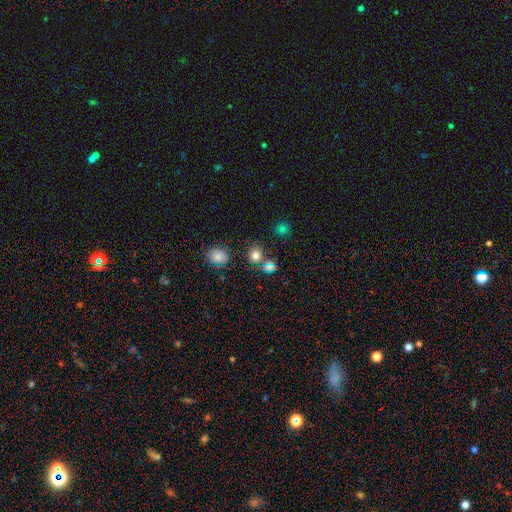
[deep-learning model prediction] smooth-or-featured: smooth: 77% | star or artifact: 17% | featured or disk: 7%
  how-rounded: round: 74% | in between: 25% | cigar-shaped: 1%
  merging: none: 71% | merger: 15% | minor disturbance: 10% | major disturbance: 4%